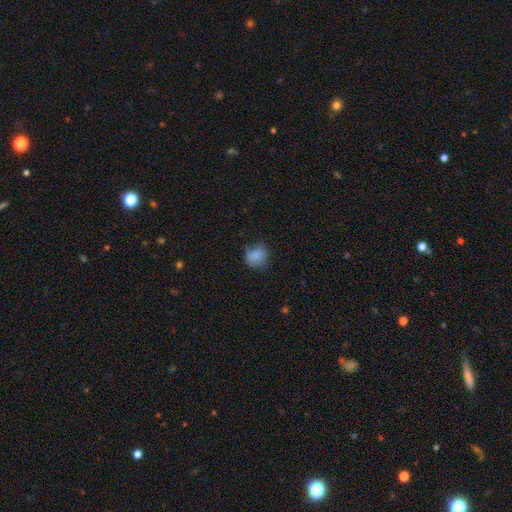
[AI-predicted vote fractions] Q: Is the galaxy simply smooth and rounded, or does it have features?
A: smooth — 82%.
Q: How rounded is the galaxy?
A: round — 77%.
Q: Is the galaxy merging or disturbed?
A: none — 69%.